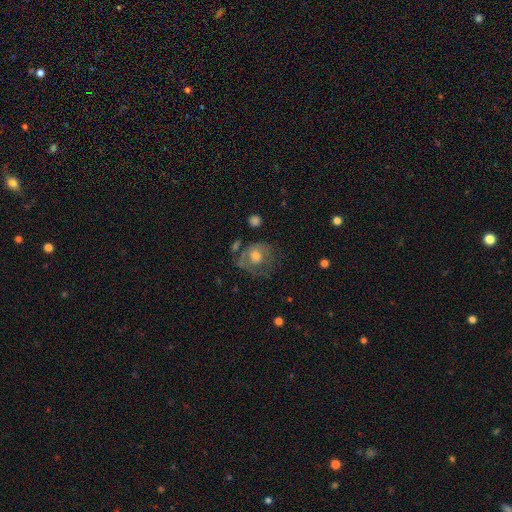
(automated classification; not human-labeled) Q: Smooth or featured?
A: featured or disk (49%); runner-up: smooth (42%)
Q: Merging?
A: none (48%); runner-up: minor disturbance (23%)